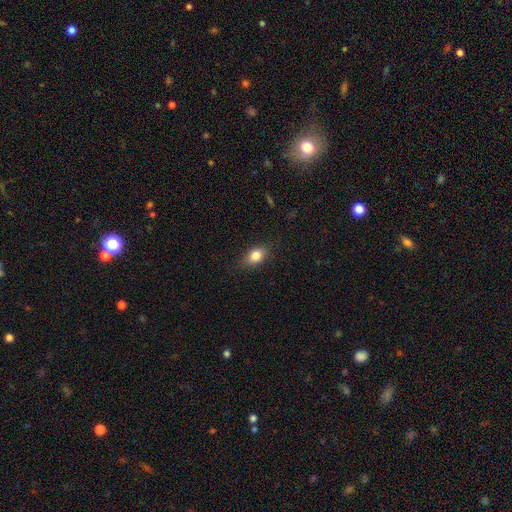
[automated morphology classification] smooth 82%, star or artifact 9%, featured or disk 9%. Down the decision tree: how rounded — in between (73%); merging — none (83%).